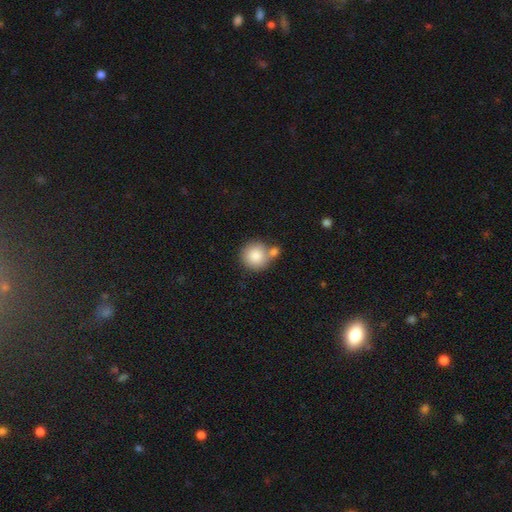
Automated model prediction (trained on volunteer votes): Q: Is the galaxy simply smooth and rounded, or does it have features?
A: smooth — 85%.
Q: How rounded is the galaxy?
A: round — 92%.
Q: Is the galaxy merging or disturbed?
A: none — 56%.